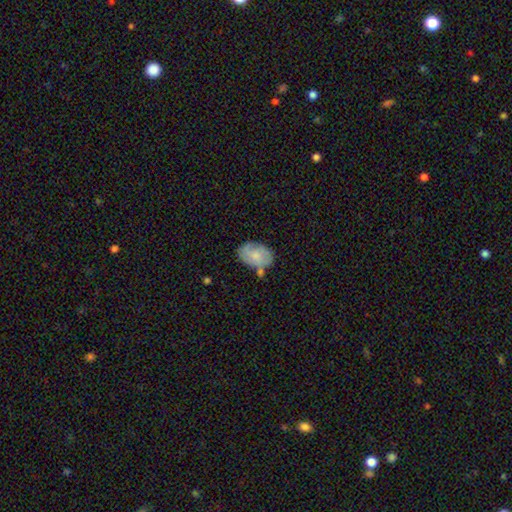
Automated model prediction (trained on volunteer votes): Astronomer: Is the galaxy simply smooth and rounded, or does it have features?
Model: smooth — 65%.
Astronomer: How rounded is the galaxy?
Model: in between — 88%.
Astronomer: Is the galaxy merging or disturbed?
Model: none — 56%.